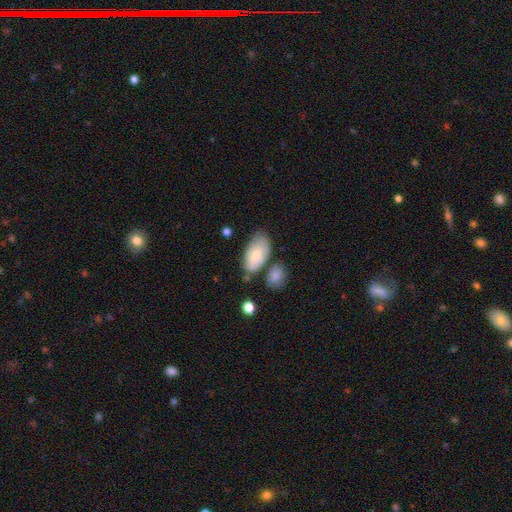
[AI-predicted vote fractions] Overall: smooth (69%). How rounded: in between (93%). Merging: none (58%; minor disturbance 23%).